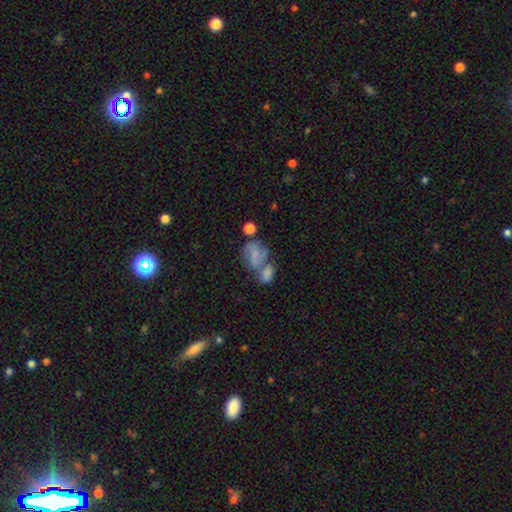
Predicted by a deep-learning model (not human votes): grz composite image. It shows a smooth galaxy with no disk features (47%). Merging: merger (47%).